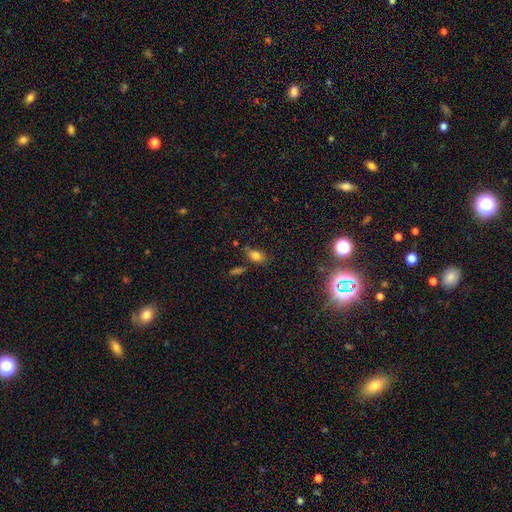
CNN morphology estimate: A smooth galaxy with no disk features (77%) that is in between round and cigar-shaped (83%). Merging: none (62%).